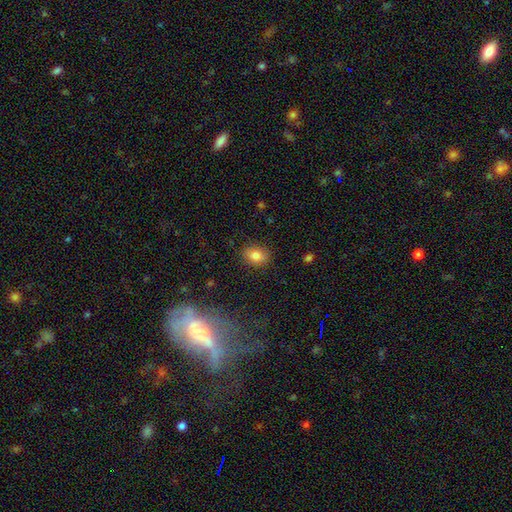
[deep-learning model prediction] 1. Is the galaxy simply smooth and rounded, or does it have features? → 82% smooth, 10% star or artifact, 8% featured or disk.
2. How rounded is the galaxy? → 57% in between, 41% round, 1% cigar-shaped.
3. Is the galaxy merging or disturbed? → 86% none, 10% minor disturbance, 3% major disturbance, 1% merger.